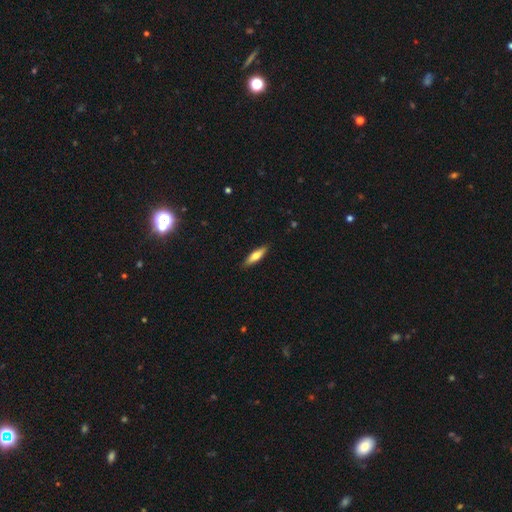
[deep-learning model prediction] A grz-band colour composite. It shows a smooth galaxy with no disk features (67%) that is cigar-shaped (65%). Merging: none (88%).